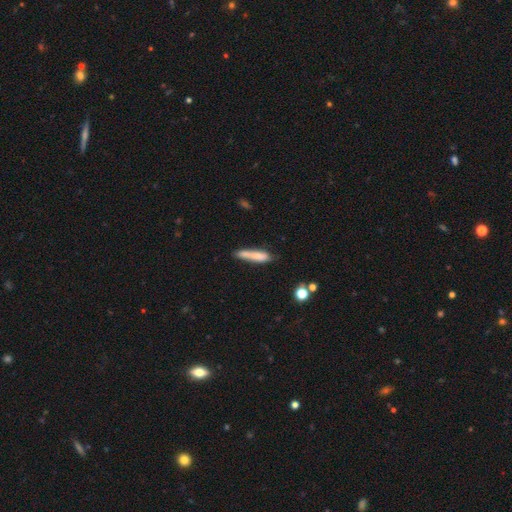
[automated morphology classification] A smooth galaxy with no disk features (72%) that is cigar-shaped (83%).

Vote fractions:
- Smooth or featured? smooth: 72% / featured or disk: 20% / star or artifact: 8%
- How rounded? cigar-shaped: 83% / in between: 15% / round: 2%
- Merging? none: 56% / minor disturbance: 25% / merger: 12% / major disturbance: 8%